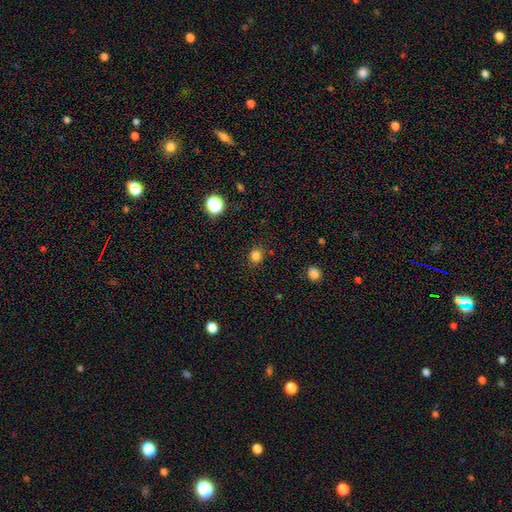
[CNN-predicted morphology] Smooth or featured? Predicted: smooth (p=0.82). How rounded? Predicted: round (p=0.78). Merging? Predicted: none (p=0.85).